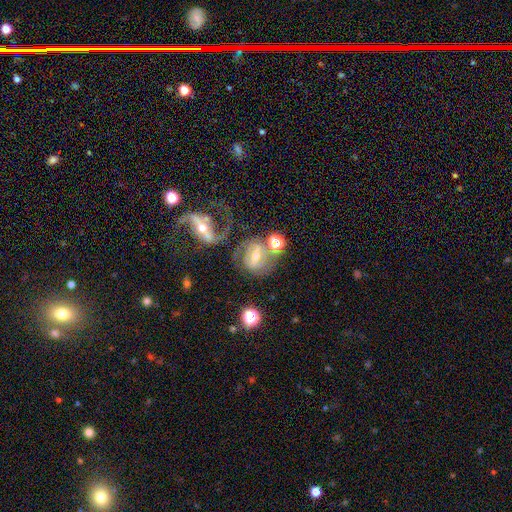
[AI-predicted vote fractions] Smooth or featured?
  - featured or disk: 78% *
  - smooth: 13%
  - star or artifact: 9%
Edge-on disk?
  - no: 95% *
  - yes: 5%
Bar?
  - strong: 55% *
  - weak: 33%
  - no: 12%
Spiral arms?
  - yes: 87% *
  - no: 13%
Spiral winding?
  - medium: 43% *
  - tight: 32%
  - loose: 25%
Spiral arm count?
  - 2: 69% *
  - can't tell: 13%
  - 1: 11%
  - 3: 4%
  - 4: 2%
  - more than 4: 2%
Bulge size?
  - moderate: 57% *
  - small: 36%
  - large: 4%
  - none: 2%
  - dominant: 1%
Merging?
  - none: 44% *
  - merger: 24%
  - major disturbance: 17%
  - minor disturbance: 15%